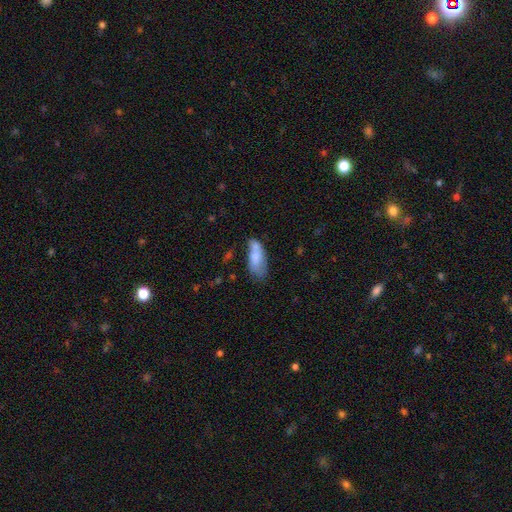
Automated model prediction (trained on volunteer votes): Q: Smooth or featured?
A: smooth (75%); runner-up: featured or disk (17%)
Q: How rounded?
A: in between (82%); runner-up: cigar-shaped (15%)
Q: Merging?
A: none (37%); runner-up: minor disturbance (27%)